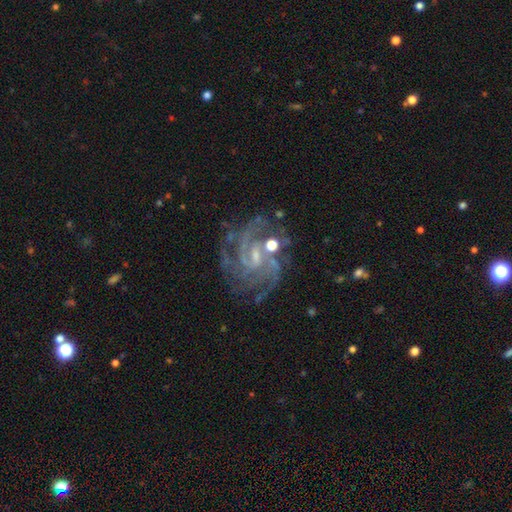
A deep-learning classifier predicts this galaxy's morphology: Smooth or featured?
  - featured or disk: 86% *
  - star or artifact: 9%
  - smooth: 5%
Edge-on disk?
  - no: 98% *
  - yes: 2%
Bar?
  - weak: 53% *
  - no: 26%
  - strong: 20%
Spiral arms?
  - yes: 96% *
  - no: 4%
Spiral winding?
  - tight: 52% *
  - medium: 40%
  - loose: 9%
Spiral arm count?
  - 3: 25% *
  - 4: 23%
  - can't tell: 22%
  - 2: 16%
  - more than 4: 9%
  - 1: 7%
Bulge size?
  - small: 55% *
  - moderate: 24%
  - none: 18%
  - large: 2%
  - dominant: 1%
Merging?
  - none: 68% *
  - minor disturbance: 15%
  - major disturbance: 11%
  - merger: 6%